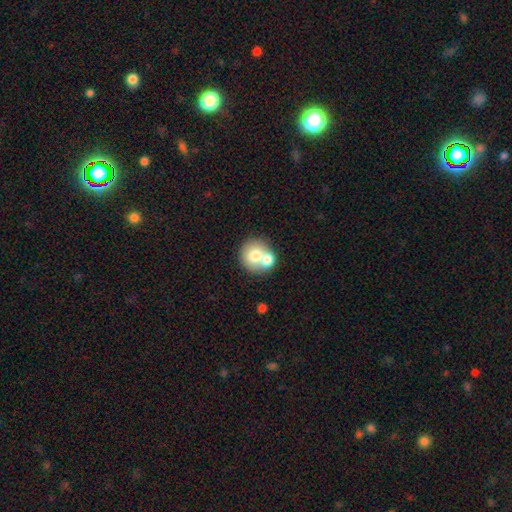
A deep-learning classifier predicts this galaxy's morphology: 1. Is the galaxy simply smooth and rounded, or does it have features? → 71% smooth, 21% featured or disk, 9% star or artifact.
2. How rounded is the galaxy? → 85% round, 14% in between, 1% cigar-shaped.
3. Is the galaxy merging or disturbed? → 46% merger, 44% none, 7% minor disturbance, 3% major disturbance.